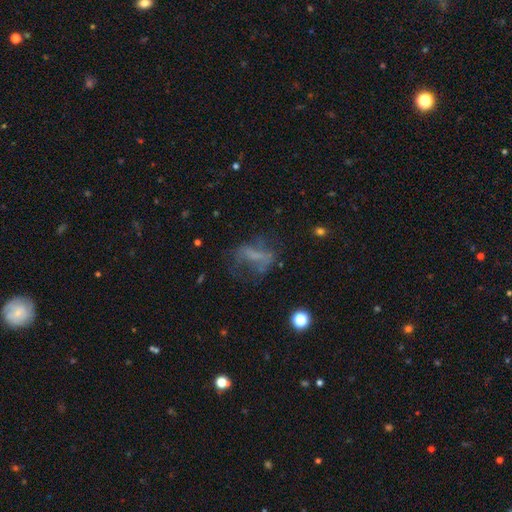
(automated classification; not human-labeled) Morphology: type=featured or disk (44%); merging=none (41%).